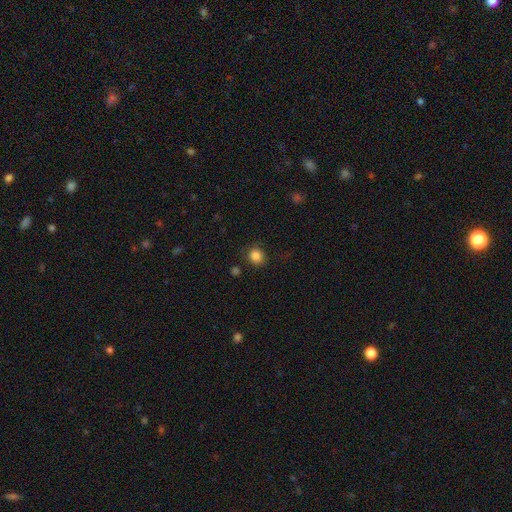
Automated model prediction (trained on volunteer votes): smooth_or_featured: smooth (p=0.85) [alt: star or artifact p=0.11]
how_rounded: round (p=0.81) [alt: in between p=0.18]
merging: none (p=0.82) [alt: minor disturbance p=0.12]